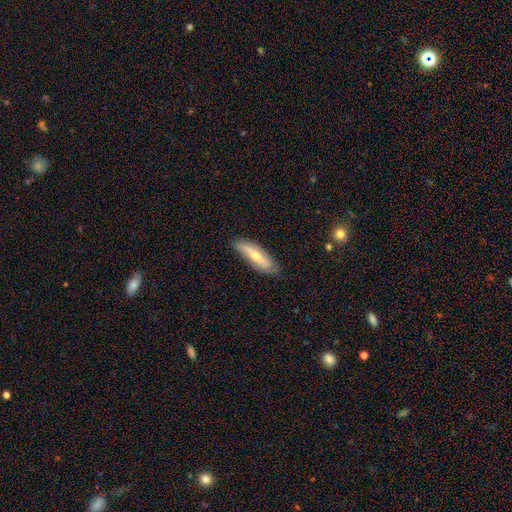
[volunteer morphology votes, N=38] smooth_or_featured: smooth (p=0.61) [alt: featured or disk p=0.37]
how_rounded: cigar-shaped (p=0.57) [alt: in between p=0.43]
merging: none (p=0.62) [alt: minor disturbance p=0.32]